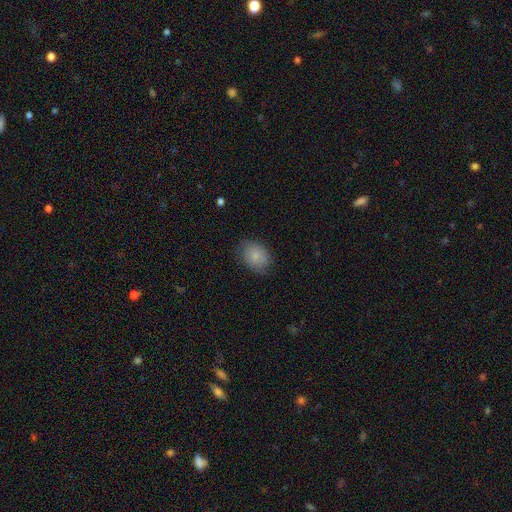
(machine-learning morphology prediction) type=smooth (82%); roundness=in between (64%); merging=none (75%).